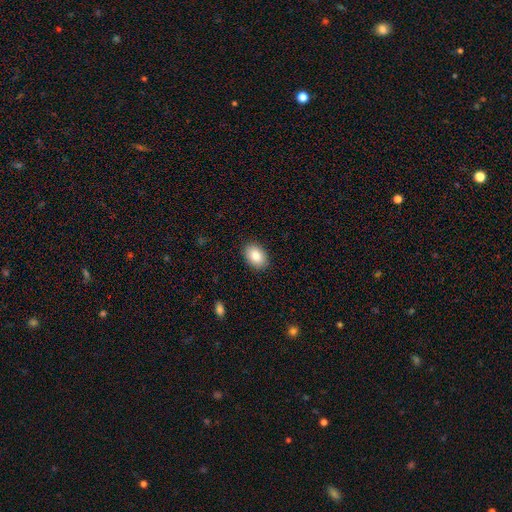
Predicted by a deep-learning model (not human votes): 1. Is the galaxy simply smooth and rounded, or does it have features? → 85% smooth, 8% featured or disk, 7% star or artifact.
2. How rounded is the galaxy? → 83% in between, 16% round, 1% cigar-shaped.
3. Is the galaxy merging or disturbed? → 89% none, 8% minor disturbance, 2% major disturbance, 1% merger.